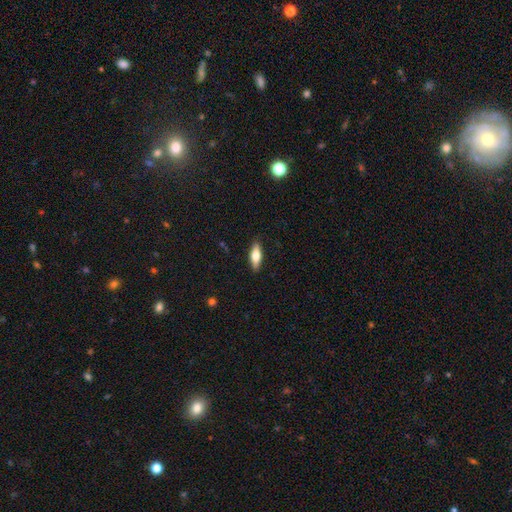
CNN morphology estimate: This is likely a smooth galaxy (66%). How rounded: possibly in between (60%). Merging: clearly none (88%).